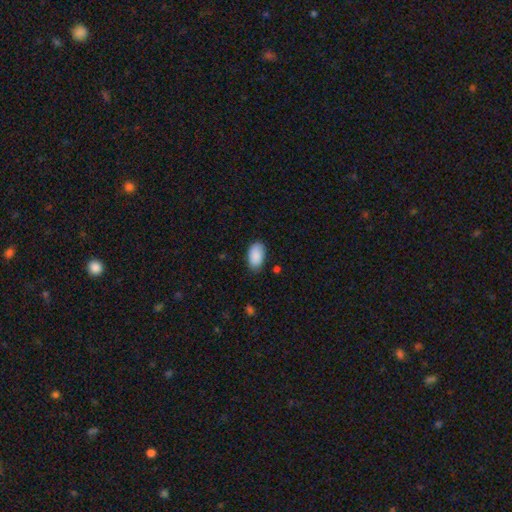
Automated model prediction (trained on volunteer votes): Smooth or featured? Predicted: smooth (p=0.90). How rounded? Predicted: in between (p=0.94). Merging? Predicted: none (p=0.79).